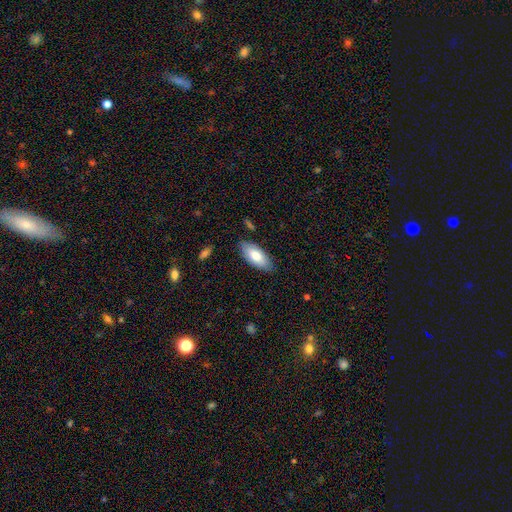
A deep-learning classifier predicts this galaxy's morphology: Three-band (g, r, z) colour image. It shows a smooth galaxy with no disk features (77%) that is in between round and cigar-shaped (87%). Merging: none (84%).